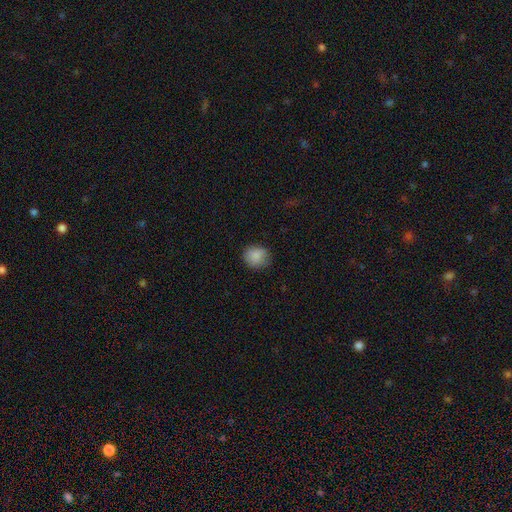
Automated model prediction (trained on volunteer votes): Overall: smooth (86%). How rounded: round (74%). Merging: none (78%).